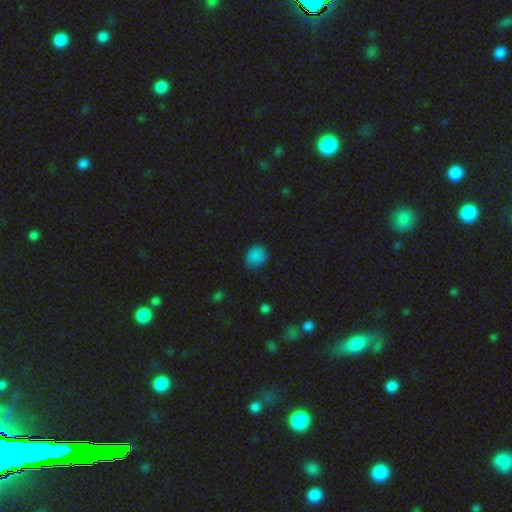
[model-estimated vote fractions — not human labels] Smooth or featured? smooth (83%)
How rounded? round (69%)
Merging? none (77%)